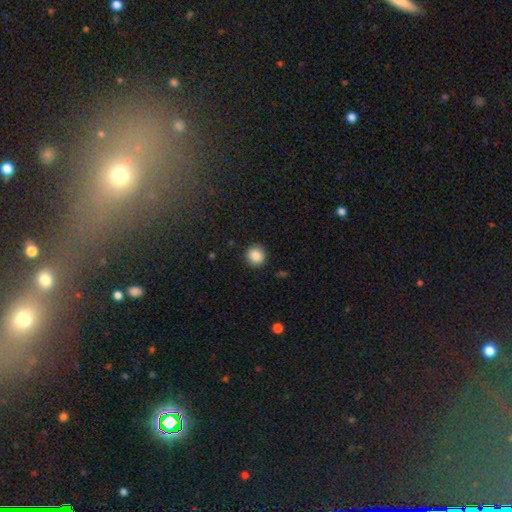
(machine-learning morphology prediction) The model was most divided on "smooth or featured": smooth: 88%, star or artifact: 9%, featured or disk: 4%. More confident: how rounded — round (91%); merging — none (89%).